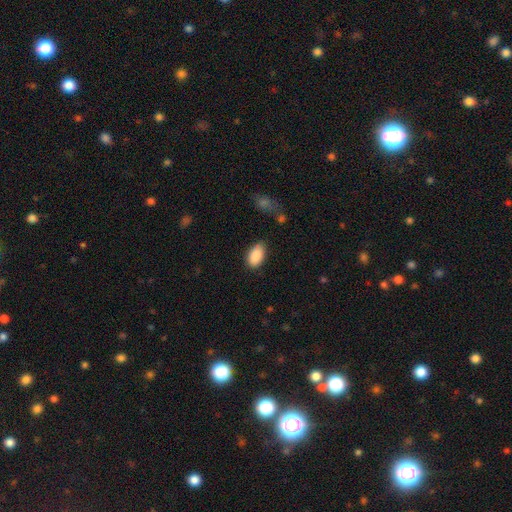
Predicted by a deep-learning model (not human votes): Smooth or featured? smooth (90%)
How rounded? in between (94%)
Merging? none (79%)